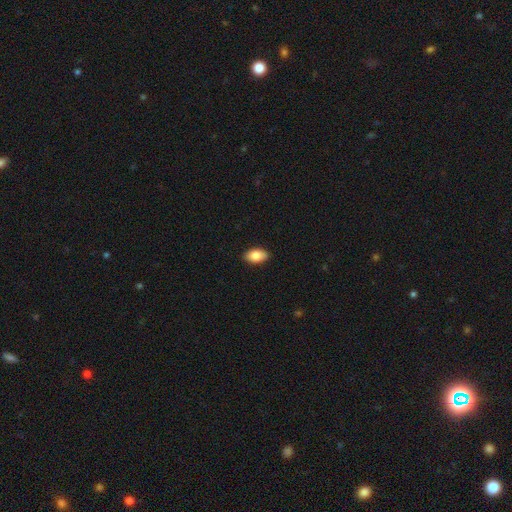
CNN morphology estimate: Smooth or featured? Predicted: smooth (p=0.85). How rounded? Predicted: in between (p=0.93). Merging? Predicted: none (p=0.90).